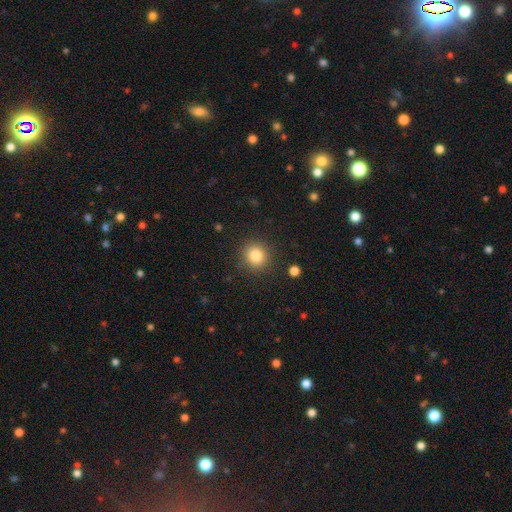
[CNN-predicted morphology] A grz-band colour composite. It shows a smooth galaxy with no disk features (82%) that is round (90%). Merging: none (88%).